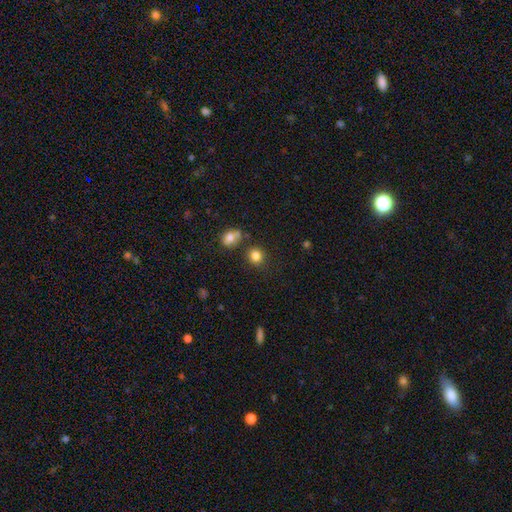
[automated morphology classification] Smooth or featured? smooth (82%)
How rounded? round (84%)
Merging? none (80%)